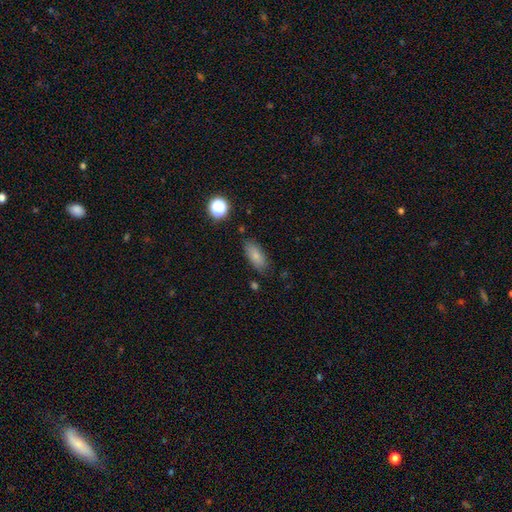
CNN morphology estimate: type=smooth (79%); roundness=in between (83%); merging=none (79%).